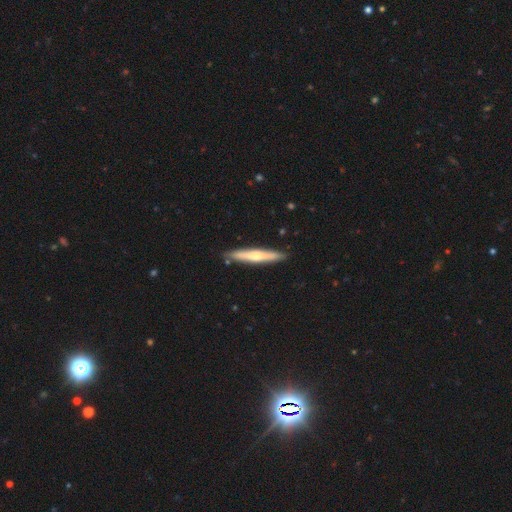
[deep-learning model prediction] This appears to be a smooth galaxy with no disk features (51%) that is cigar-shaped (93%). Merging: none (88%).